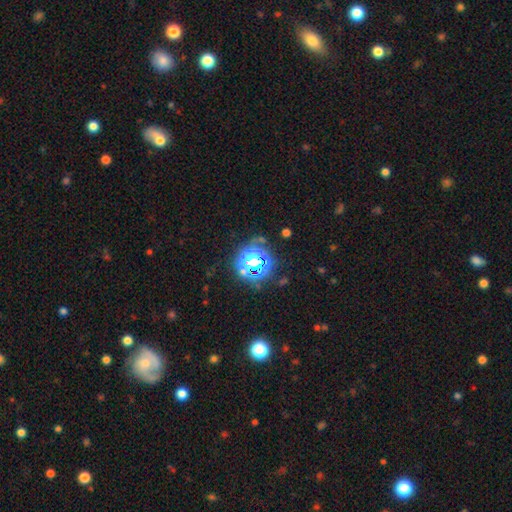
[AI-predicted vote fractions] A star or artifact, not a galaxy (74%).